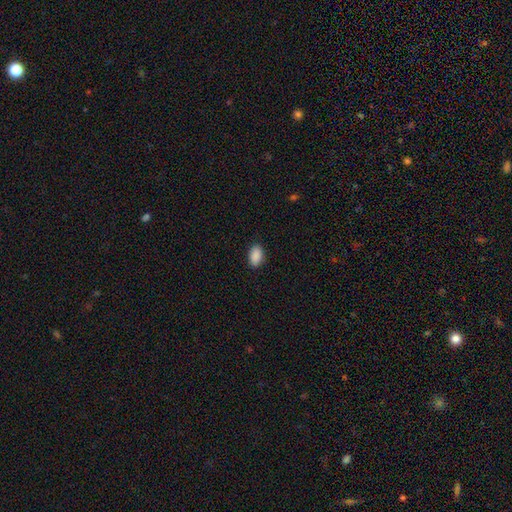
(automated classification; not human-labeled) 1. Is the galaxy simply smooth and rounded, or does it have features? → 90% smooth, 7% star or artifact, 3% featured or disk.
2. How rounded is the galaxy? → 93% in between, 6% round, 2% cigar-shaped.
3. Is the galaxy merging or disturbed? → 88% none, 9% minor disturbance, 2% major disturbance, 1% merger.